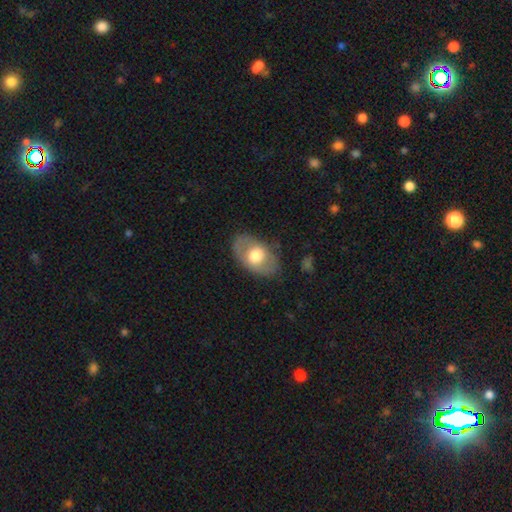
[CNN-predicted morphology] smooth-or-featured: smooth: 54% | featured or disk: 40% | star or artifact: 6%
  how-rounded: in between: 84% | round: 14% | cigar-shaped: 1%
  merging: none: 77% | minor disturbance: 15% | major disturbance: 6% | merger: 1%